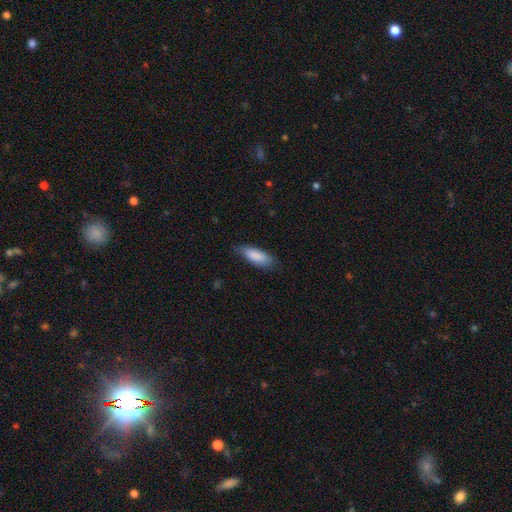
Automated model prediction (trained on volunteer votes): This is clearly a smooth galaxy (87%). How rounded: likely in between (69%). Merging: likely none (74%).